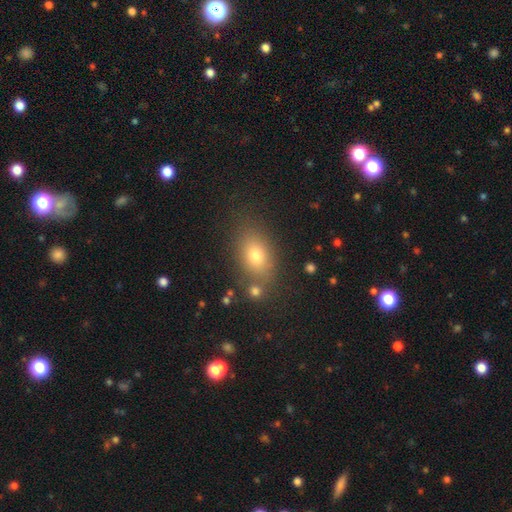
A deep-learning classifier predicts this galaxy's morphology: Q: Smooth or featured?
A: smooth (75%); runner-up: featured or disk (13%)
Q: How rounded?
A: in between (80%); runner-up: round (17%)
Q: Merging?
A: none (75%); runner-up: minor disturbance (13%)